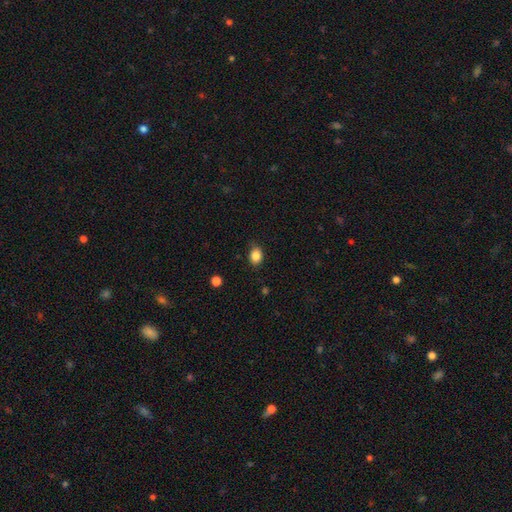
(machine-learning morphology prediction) Q: Smooth or featured?
A: smooth (86%); runner-up: star or artifact (9%)
Q: How rounded?
A: in between (65%); runner-up: round (34%)
Q: Merging?
A: none (83%); runner-up: minor disturbance (13%)